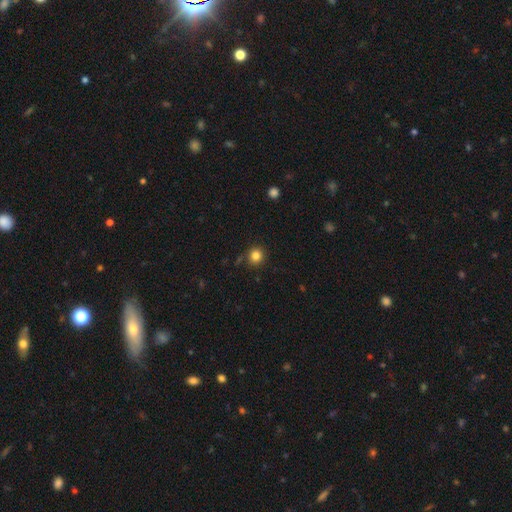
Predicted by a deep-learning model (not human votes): Morphology: type=smooth (84%); roundness=round (92%); merging=none (86%).